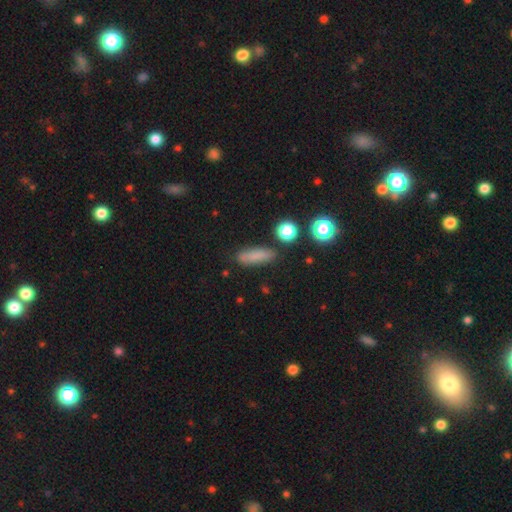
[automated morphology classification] Overall: smooth (81%). How rounded: cigar-shaped (57%; in between 38%). Merging: none (82%).